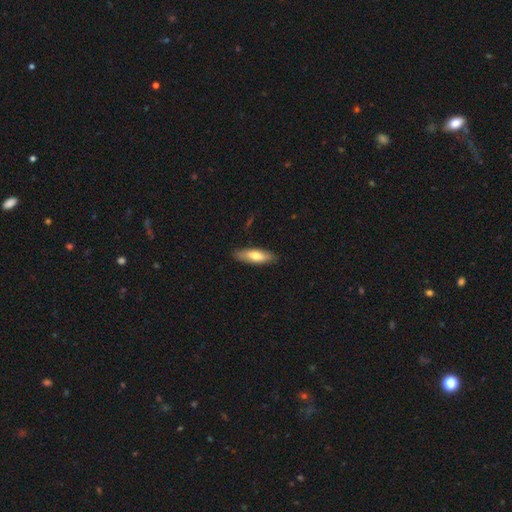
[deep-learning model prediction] Smooth or featured: smooth — 67% (featured or disk — 27%)
How rounded: in between — 54% (cigar-shaped — 44%)
Merging: none — 86% (minor disturbance — 11%)